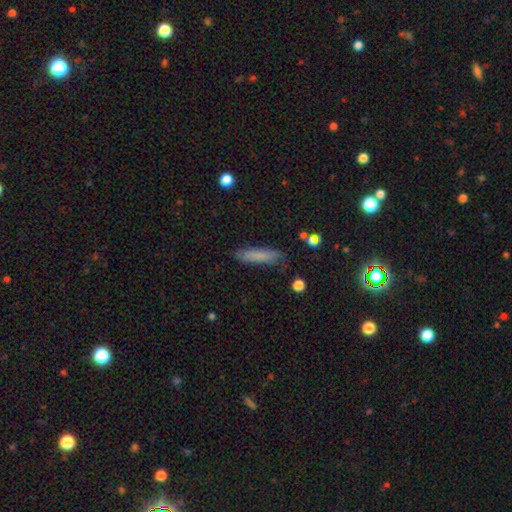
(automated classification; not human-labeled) smooth-or-featured: smooth: 78% | featured or disk: 15% | star or artifact: 8%
  how-rounded: cigar-shaped: 82% | in between: 17% | round: 2%
  merging: none: 74% | minor disturbance: 19% | major disturbance: 5% | merger: 2%